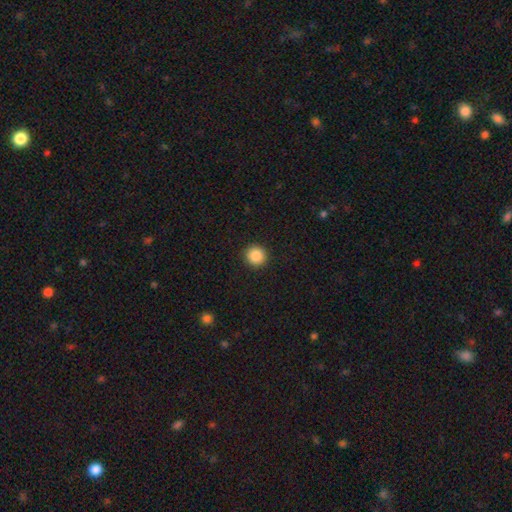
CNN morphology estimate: smooth 87%, star or artifact 10%, featured or disk 4%. Down the decision tree: how rounded — round (95%); merging — none (93%).